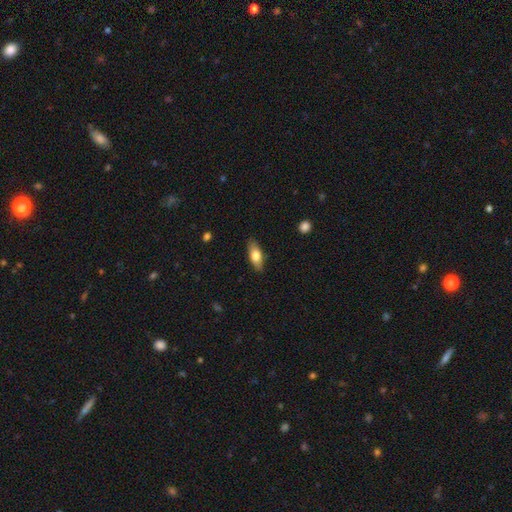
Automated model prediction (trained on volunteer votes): smooth 71%, featured or disk 23%, star or artifact 6%. Down the decision tree: how rounded — in between (74%); merging — none (86%).